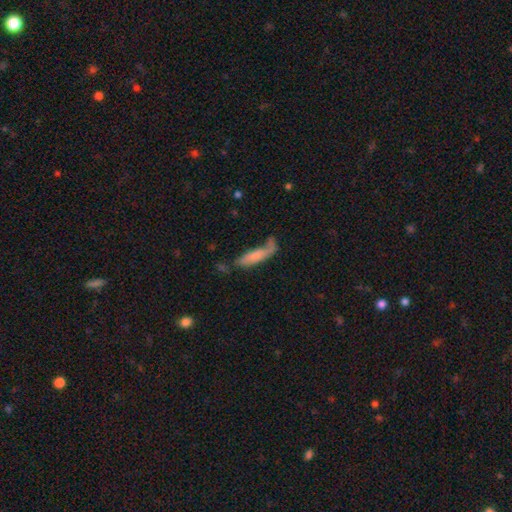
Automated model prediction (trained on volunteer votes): smooth 68%, featured or disk 25%, star or artifact 7%. Down the decision tree: how rounded — cigar-shaped (68%); merging — none (41%).